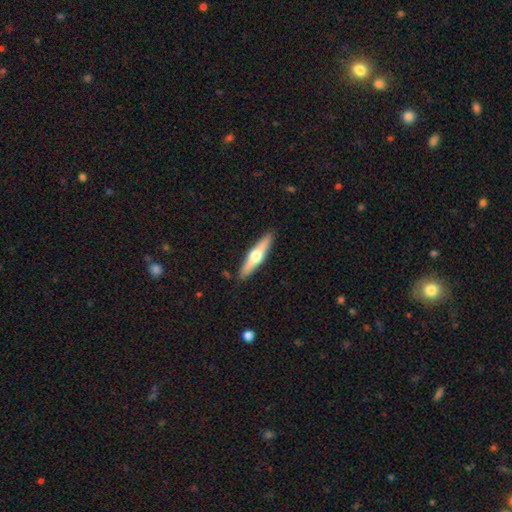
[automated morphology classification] smooth_or_featured: featured or disk (p=0.55) [alt: smooth p=0.40]
disk_edge_on: yes (p=0.95) [alt: no p=0.05]
edge_on_bulge: rounded (p=0.94) [alt: boxy p=0.03]
merging: none (p=0.90) [alt: minor disturbance p=0.08]